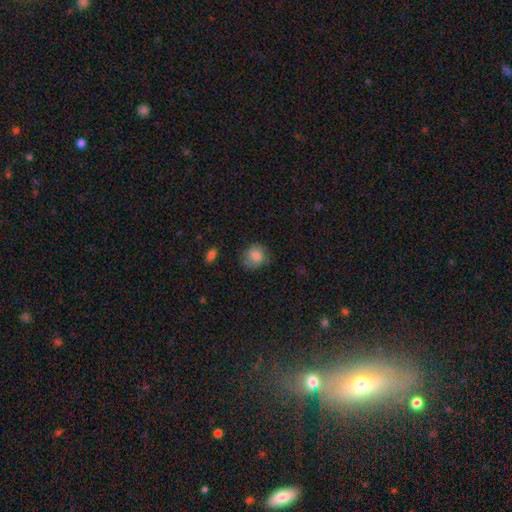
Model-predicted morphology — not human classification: This is likely a smooth galaxy (73%). How rounded: likely round (78%). Merging: likely none (69%).